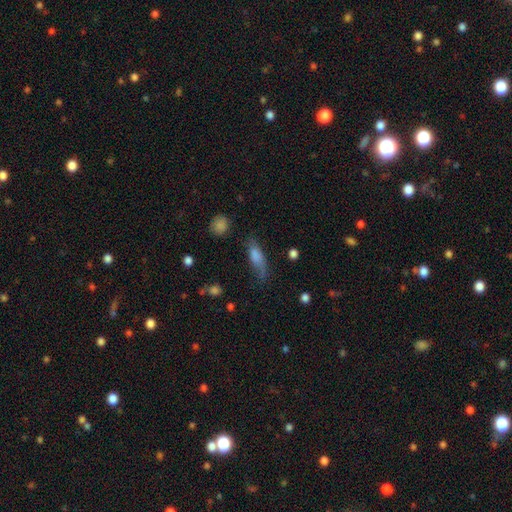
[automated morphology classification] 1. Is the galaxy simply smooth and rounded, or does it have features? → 67% smooth, 23% featured or disk, 10% star or artifact.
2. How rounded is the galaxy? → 55% in between, 41% cigar-shaped, 4% round.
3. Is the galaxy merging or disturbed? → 50% none, 31% minor disturbance, 15% major disturbance, 3% merger.